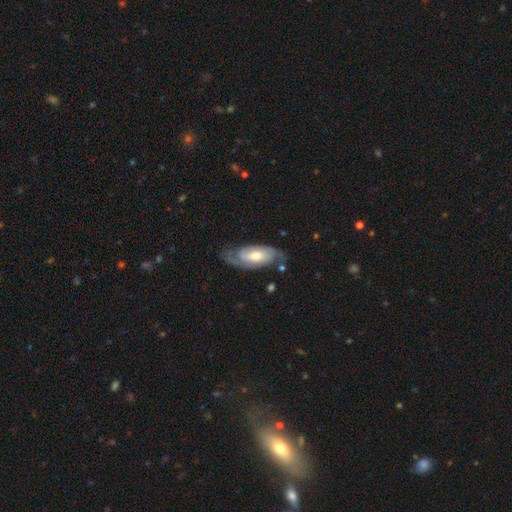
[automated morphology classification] This appears to be a featured or disk galaxy (79%) with no bar (51%), 2 (84%) medium (42%) spiral arms (94%) and a moderate central bulge (59%). Merging: none (73%).